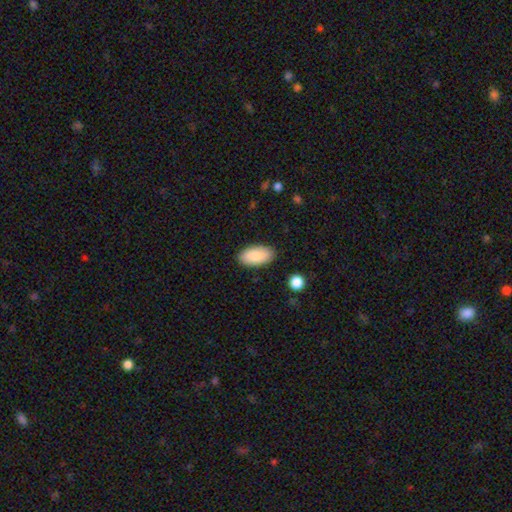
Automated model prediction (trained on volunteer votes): Smooth or featured?
  - smooth: 88% *
  - featured or disk: 7%
  - star or artifact: 6%
How rounded?
  - in between: 95% *
  - cigar-shaped: 3%
  - round: 2%
Merging?
  - none: 88% *
  - minor disturbance: 9%
  - major disturbance: 2%
  - merger: 1%